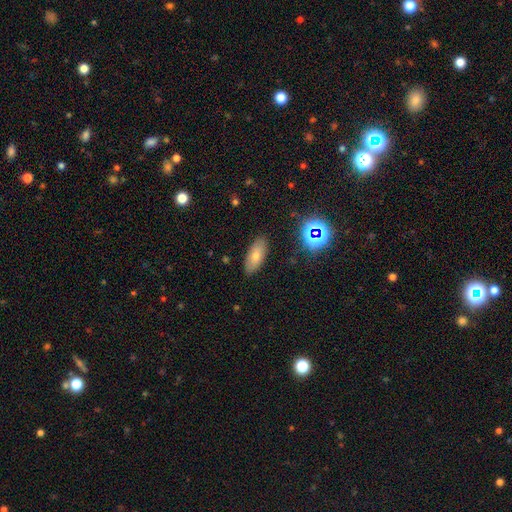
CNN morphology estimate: Smooth or featured?
  - smooth: 73% *
  - featured or disk: 17%
  - star or artifact: 11%
How rounded?
  - in between: 86% *
  - cigar-shaped: 11%
  - round: 3%
Merging?
  - none: 86% *
  - minor disturbance: 10%
  - major disturbance: 2%
  - merger: 1%